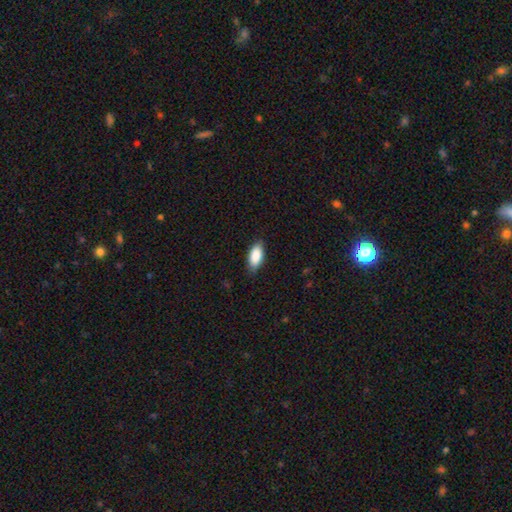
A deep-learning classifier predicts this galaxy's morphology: A smooth galaxy with no disk features (88%) that is in between round and cigar-shaped (90%). Merging: none (82%).